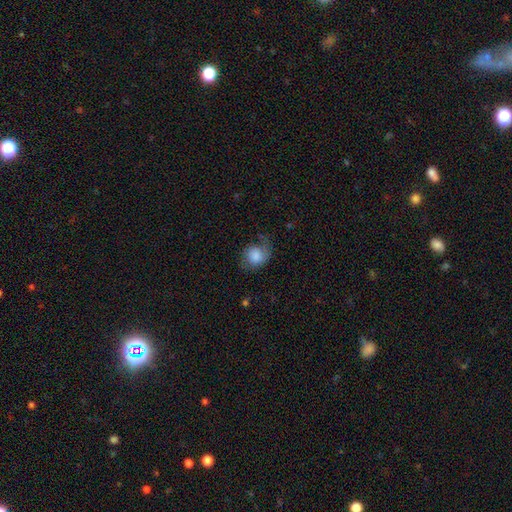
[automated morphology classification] This is likely a smooth galaxy (66%). How rounded: likely round (64%). Merging: possibly none (47%).